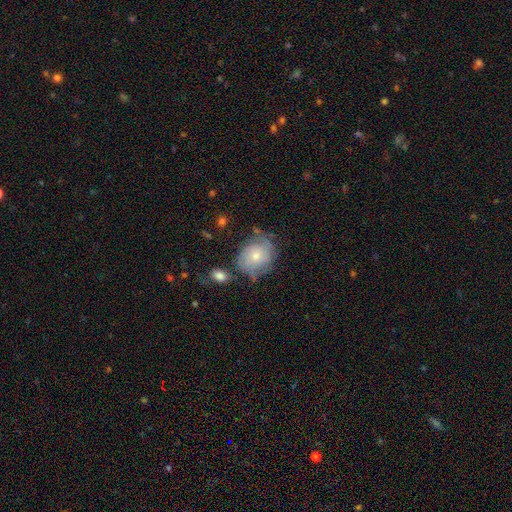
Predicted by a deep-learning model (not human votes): A featured or disk galaxy (47%).

Vote fractions:
- Smooth or featured? featured or disk: 47% / smooth: 45% / star or artifact: 8%
- Merging? none: 53% / minor disturbance: 29% / major disturbance: 12% / merger: 6%